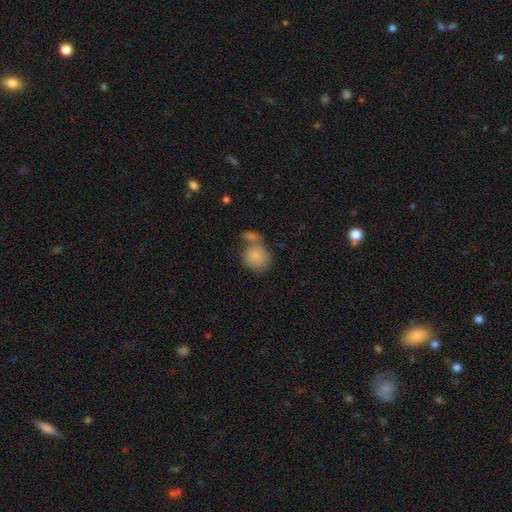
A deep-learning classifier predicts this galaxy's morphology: Q: Smooth or featured?
A: smooth (84%); runner-up: featured or disk (9%)
Q: How rounded?
A: round (73%); runner-up: in between (26%)
Q: Merging?
A: none (42%); runner-up: merger (39%)